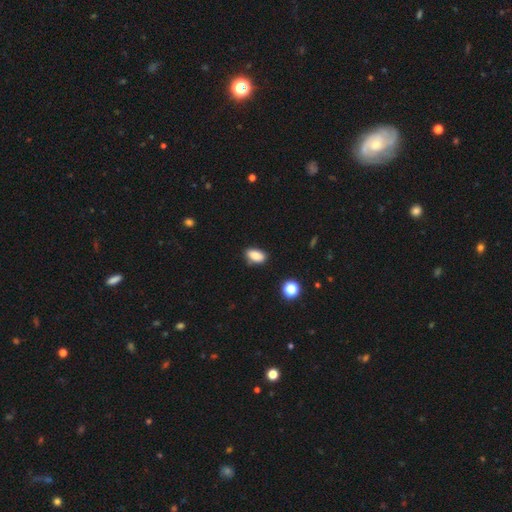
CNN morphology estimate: Smooth or featured: smooth — 86% (star or artifact — 9%)
How rounded: in between — 90% (round — 7%)
Merging: none — 81% (minor disturbance — 15%)